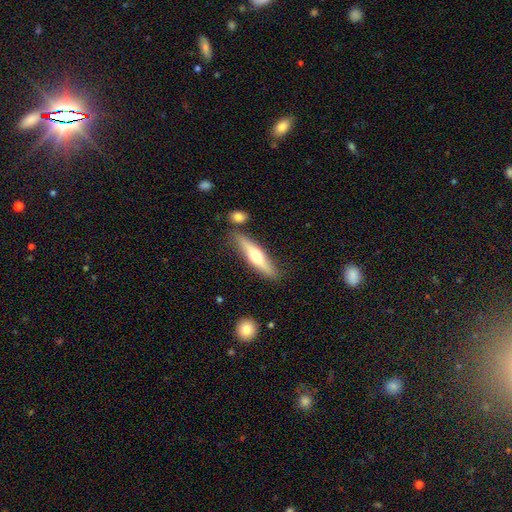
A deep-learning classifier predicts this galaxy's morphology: Smooth or featured? featured or disk (50%)
Merging? none (80%)